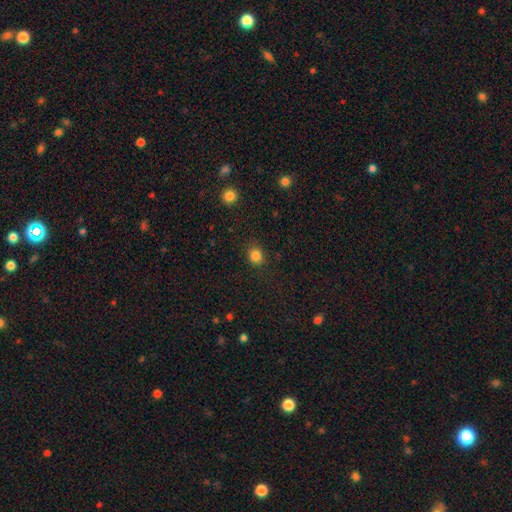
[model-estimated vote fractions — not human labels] Overall: smooth (84%). How rounded: round (80%). Merging: none (87%).